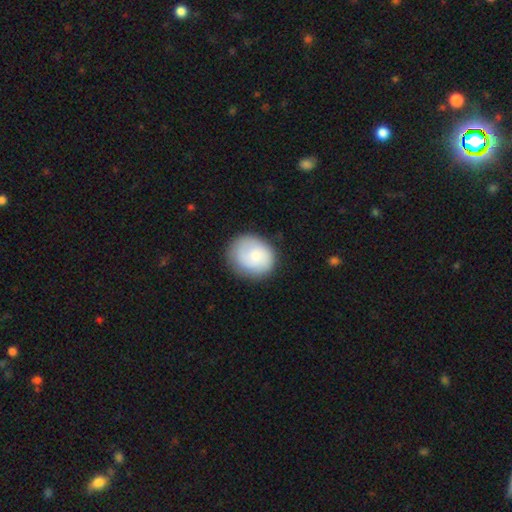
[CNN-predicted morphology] A smooth galaxy with no disk features (65%) that is round (69%).

Vote fractions:
- Smooth or featured? smooth: 65% / featured or disk: 29% / star or artifact: 7%
- How rounded? round: 69% / in between: 30% / cigar-shaped: 1%
- Merging? none: 76% / minor disturbance: 17% / major disturbance: 5% / merger: 2%